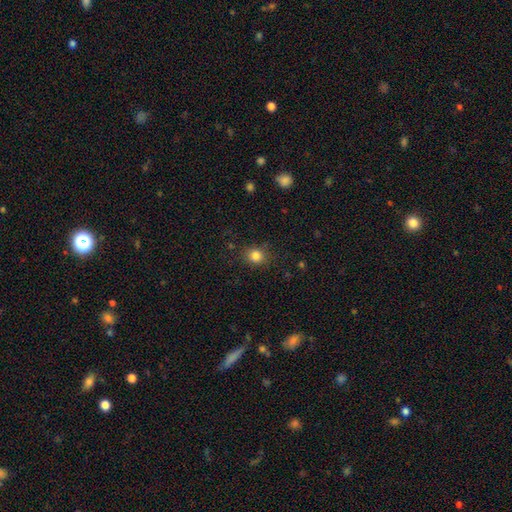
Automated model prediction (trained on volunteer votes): Smooth or featured? Predicted: smooth (p=0.83). How rounded? Predicted: round (p=0.78). Merging? Predicted: none (p=0.84).